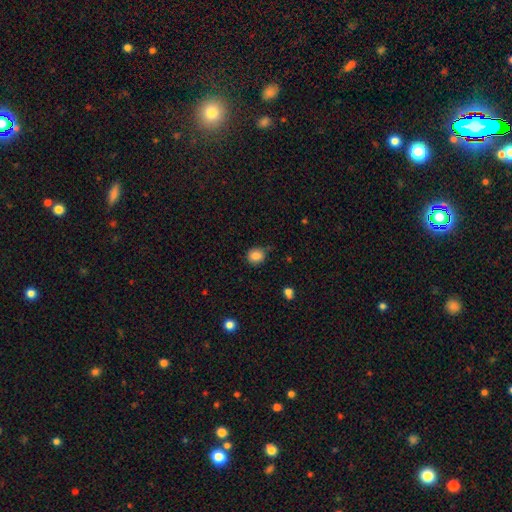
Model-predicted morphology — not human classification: This is clearly a smooth galaxy (86%). How rounded: clearly round (83%). Merging: likely none (77%).